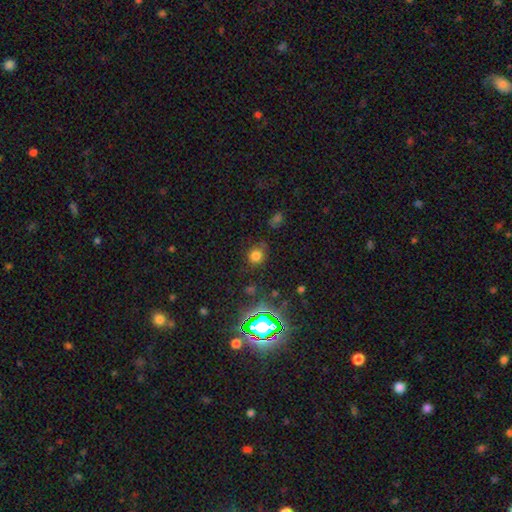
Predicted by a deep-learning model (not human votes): Smooth or featured?
  - smooth: 72% *
  - star or artifact: 22%
  - featured or disk: 6%
How rounded?
  - round: 82% *
  - in between: 17%
  - cigar-shaped: 1%
Merging?
  - none: 76% *
  - minor disturbance: 15%
  - major disturbance: 5%
  - merger: 4%